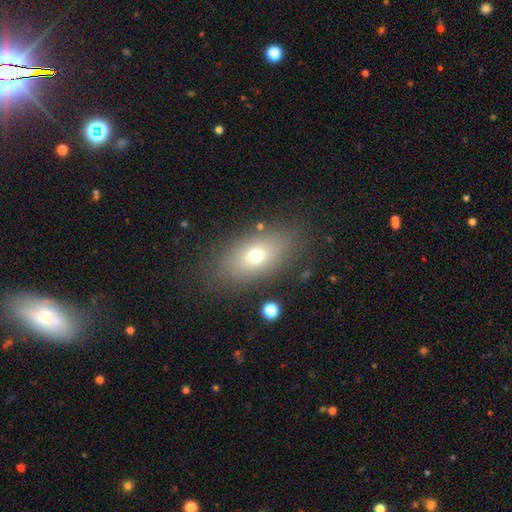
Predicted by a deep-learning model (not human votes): smooth-or-featured: smooth: 69% | featured or disk: 18% | star or artifact: 13%
  how-rounded: in between: 83% | round: 13% | cigar-shaped: 4%
  merging: none: 82% | minor disturbance: 10% | major disturbance: 6% | merger: 2%